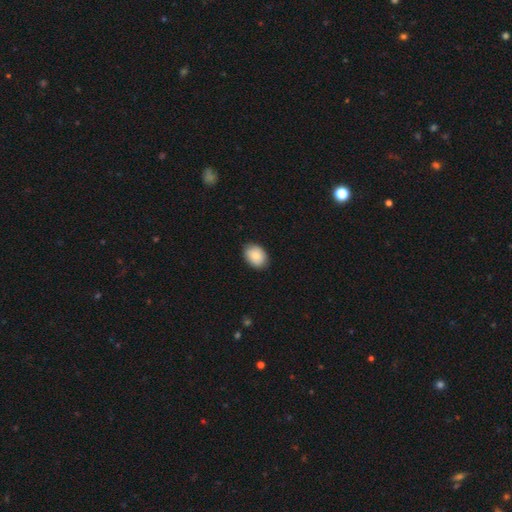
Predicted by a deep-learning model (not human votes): Q: Smooth or featured?
A: smooth (85%); runner-up: featured or disk (8%)
Q: How rounded?
A: in between (71%); runner-up: round (28%)
Q: Merging?
A: none (83%); runner-up: minor disturbance (13%)